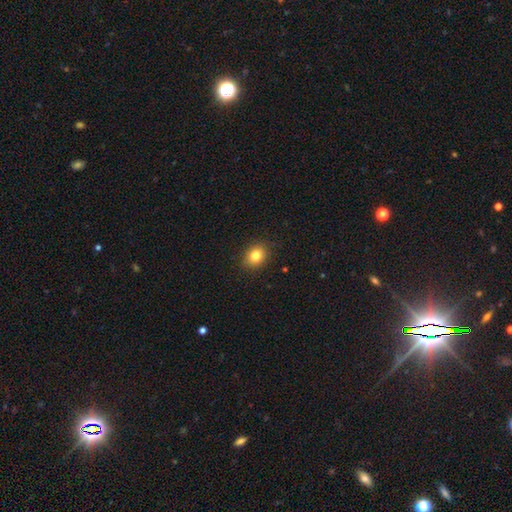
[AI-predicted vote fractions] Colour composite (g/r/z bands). It shows a smooth galaxy with no disk features (81%) that is round (53%). Merging: none (88%).